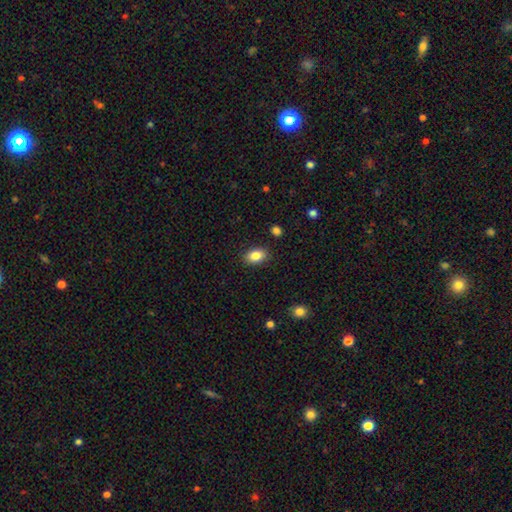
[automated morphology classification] The model was most divided on "how rounded": in between: 85%, round: 14%, cigar-shaped: 1%. More confident: merging — none (87%); smooth or featured — smooth (85%).